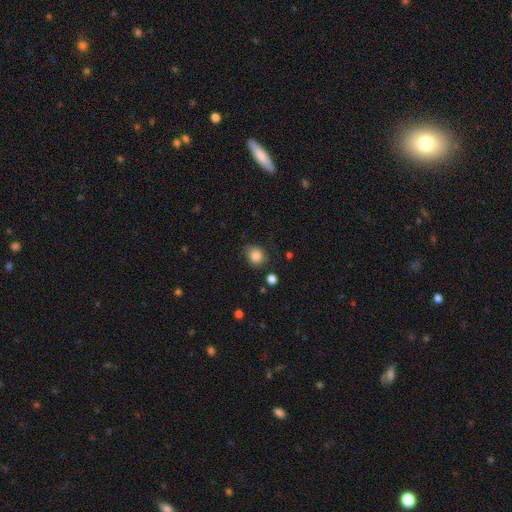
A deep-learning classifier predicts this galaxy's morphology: smooth 84%, star or artifact 9%, featured or disk 7%. Down the decision tree: how rounded — round (66%); merging — none (70%).